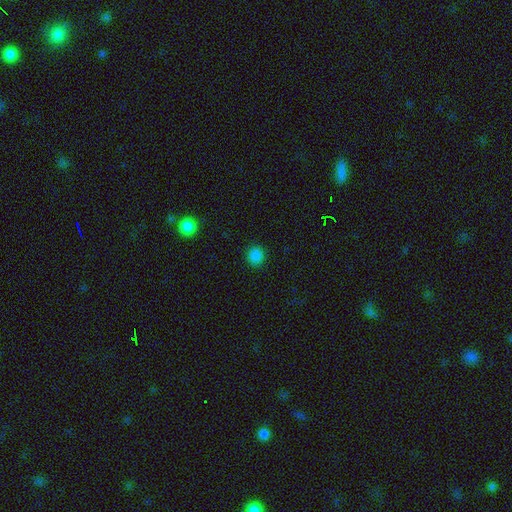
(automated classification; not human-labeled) Smooth or featured: smooth — 84% (star or artifact — 14%)
How rounded: round — 87% (in between — 12%)
Merging: none — 91% (minor disturbance — 6%)